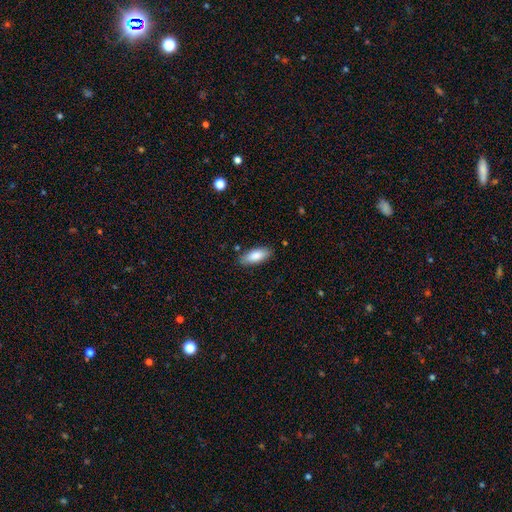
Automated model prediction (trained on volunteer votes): This appears to be a smooth galaxy with no disk features (85%) that is in between round and cigar-shaped (80%). Merging: none (84%).